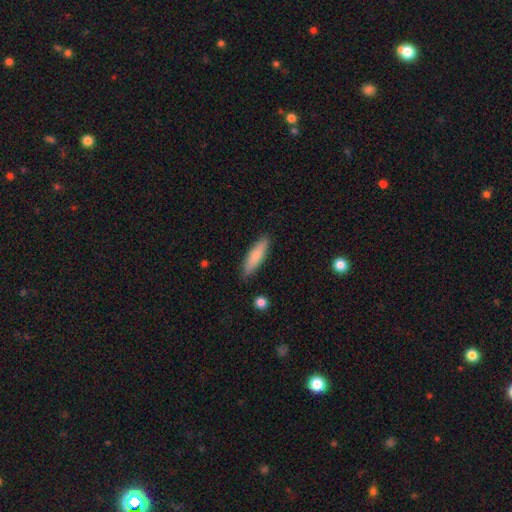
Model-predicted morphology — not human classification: This appears to be a smooth galaxy with no disk features (79%) that is cigar-shaped (67%). Merging: none (85%).